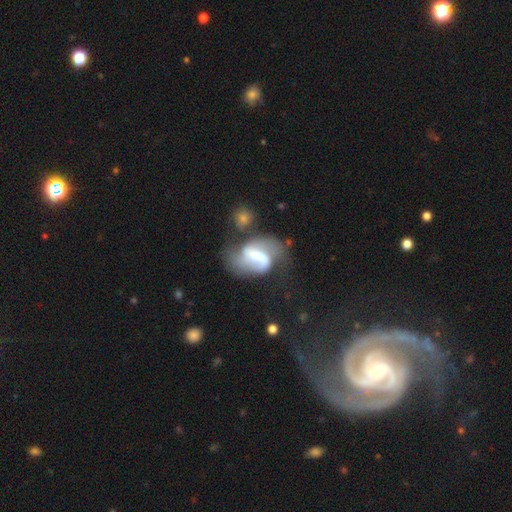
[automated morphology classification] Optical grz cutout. It shows a featured or disk galaxy (78%) with a weak bar (43%), 2 (83%) loose (48%) spiral arms (90%) and a moderate central bulge (49%). Merging: none (42%).